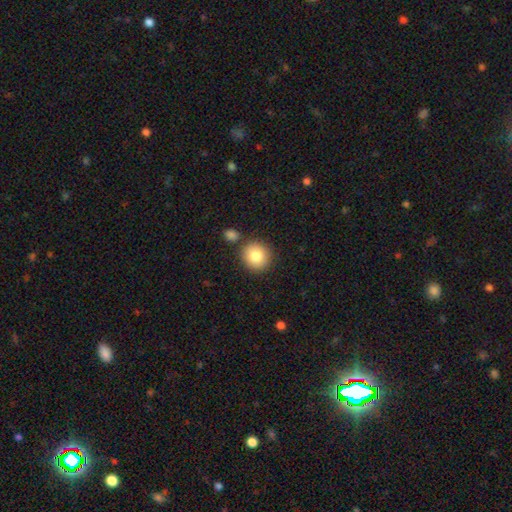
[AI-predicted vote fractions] A smooth galaxy with no disk features (83%) that is round (90%).

Vote fractions:
- Smooth or featured? smooth: 83% / star or artifact: 9% / featured or disk: 9%
- How rounded? round: 90% / in between: 9% / cigar-shaped: 1%
- Merging? none: 82% / minor disturbance: 8% / merger: 8% / major disturbance: 2%